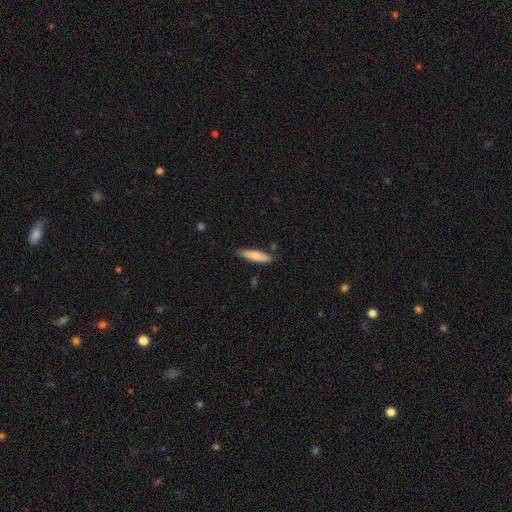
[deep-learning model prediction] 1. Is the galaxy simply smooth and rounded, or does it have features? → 76% smooth, 18% featured or disk, 6% star or artifact.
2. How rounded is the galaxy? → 71% cigar-shaped, 27% in between, 2% round.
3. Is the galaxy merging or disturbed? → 82% none, 14% minor disturbance, 3% merger, 2% major disturbance.